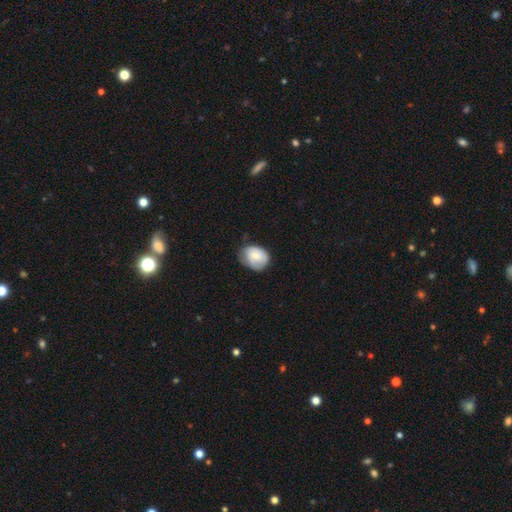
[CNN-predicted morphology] Overall: smooth (75%). How rounded: in between (55%; round 44%). Merging: none (50%; minor disturbance 39%).